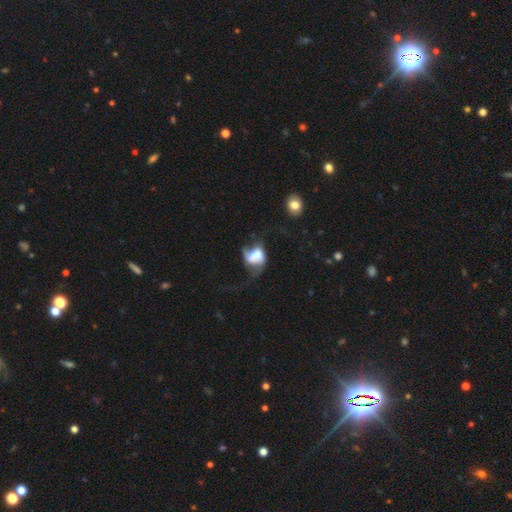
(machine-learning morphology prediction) This appears to be a featured or disk galaxy (48%). Merging: major disturbance (48%).